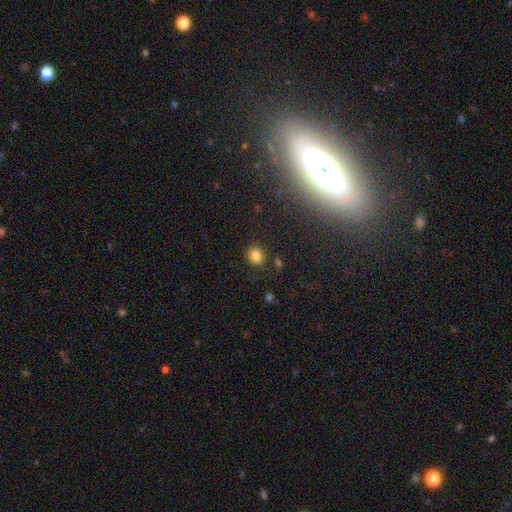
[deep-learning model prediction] A smooth galaxy with no disk features (83%) that is round (79%).

Vote fractions:
- Smooth or featured? smooth: 83% / star or artifact: 12% / featured or disk: 5%
- How rounded? round: 79% / in between: 20% / cigar-shaped: 1%
- Merging? none: 84% / minor disturbance: 9% / merger: 4% / major disturbance: 3%